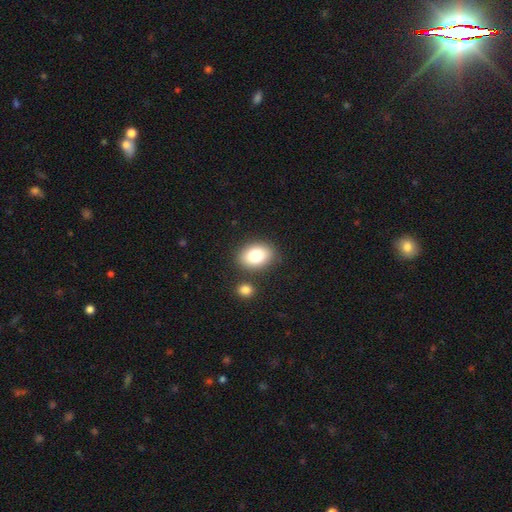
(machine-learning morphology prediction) Q: Smooth or featured?
A: smooth (81%); runner-up: featured or disk (11%)
Q: How rounded?
A: in between (77%); runner-up: round (21%)
Q: Merging?
A: none (82%); runner-up: minor disturbance (9%)